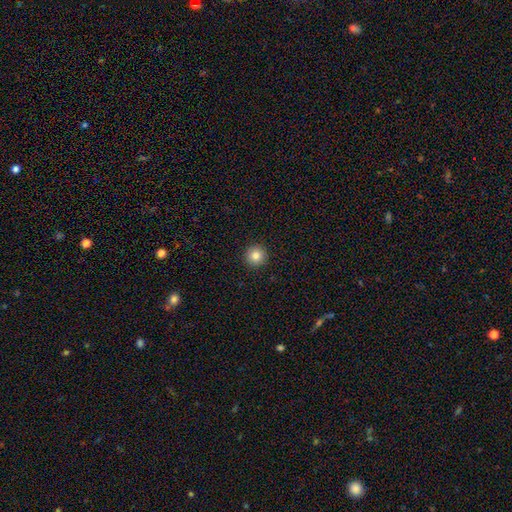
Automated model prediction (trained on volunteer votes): Q: Smooth or featured?
A: smooth (83%); runner-up: star or artifact (10%)
Q: How rounded?
A: round (96%); runner-up: in between (3%)
Q: Merging?
A: none (94%); runner-up: minor disturbance (4%)